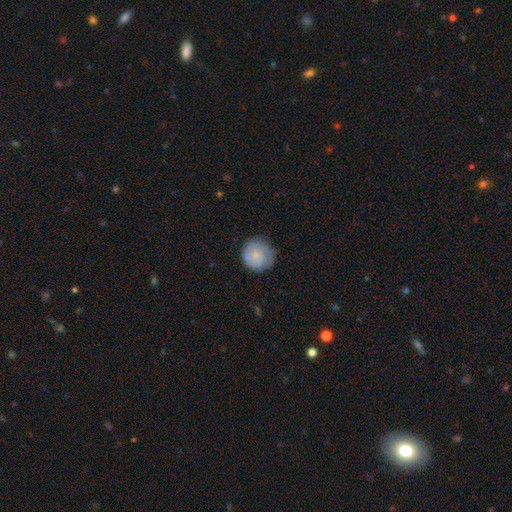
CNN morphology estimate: The model was most divided on "smooth or featured": smooth: 54%, featured or disk: 39%, star or artifact: 6%. More confident: how rounded — round (92%); merging — none (77%).